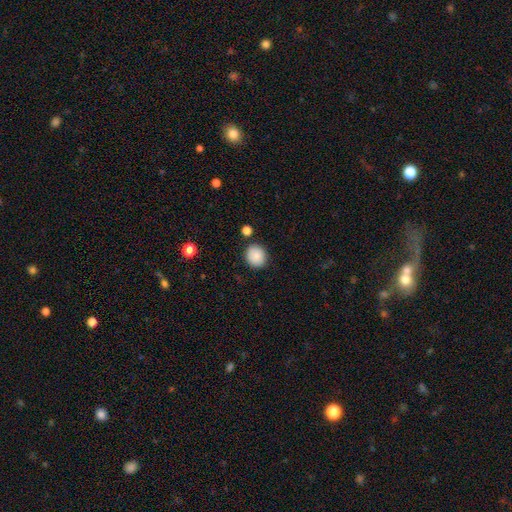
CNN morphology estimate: smooth-or-featured: smooth: 87% | star or artifact: 8% | featured or disk: 5%
  how-rounded: round: 78% | in between: 21% | cigar-shaped: 1%
  merging: none: 85% | minor disturbance: 9% | merger: 3% | major disturbance: 2%